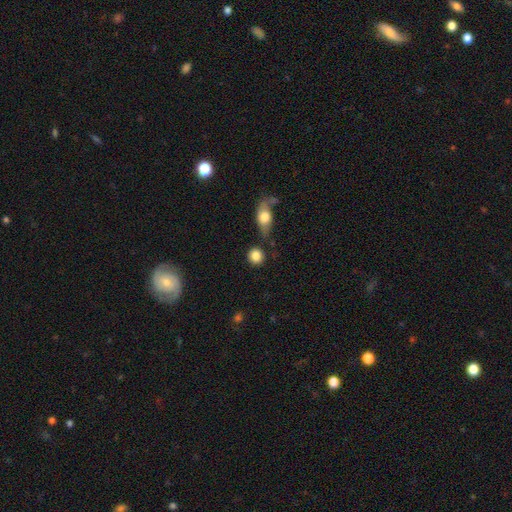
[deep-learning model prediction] The model was most divided on "merging": none: 74%, minor disturbance: 11%, merger: 11%, major disturbance: 4%. More confident: how rounded — round (85%); smooth or featured — smooth (84%).